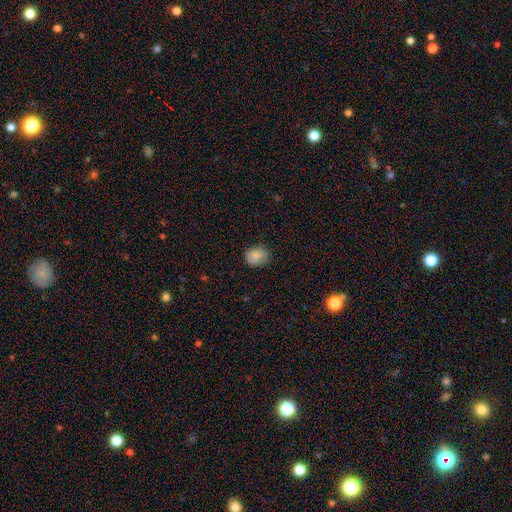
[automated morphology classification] smooth 85%, star or artifact 9%, featured or disk 6%. Down the decision tree: how rounded — round (60%); merging — none (73%).